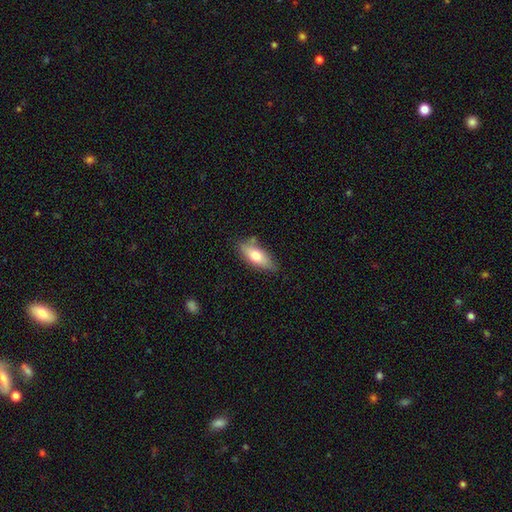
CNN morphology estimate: Smooth or featured? smooth (69%)
How rounded? in between (72%)
Merging? none (74%)